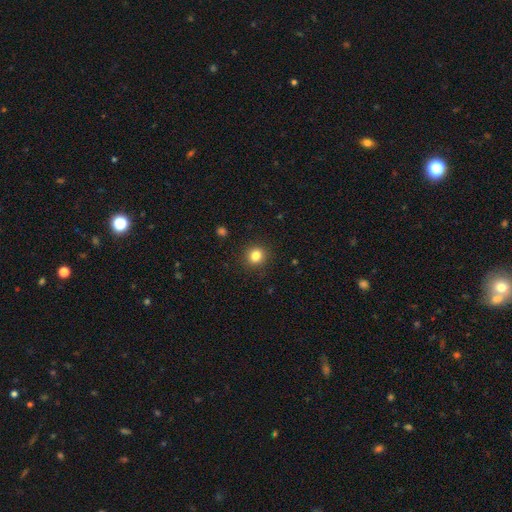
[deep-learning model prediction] Morphology: type=smooth (83%); roundness=round (88%); merging=none (91%).